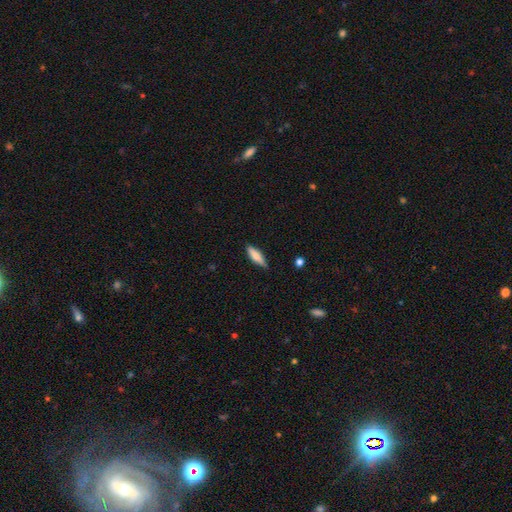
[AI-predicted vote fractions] Q: Smooth or featured?
A: smooth (73%); runner-up: featured or disk (20%)
Q: How rounded?
A: cigar-shaped (59%); runner-up: in between (39%)
Q: Merging?
A: none (78%); runner-up: minor disturbance (18%)